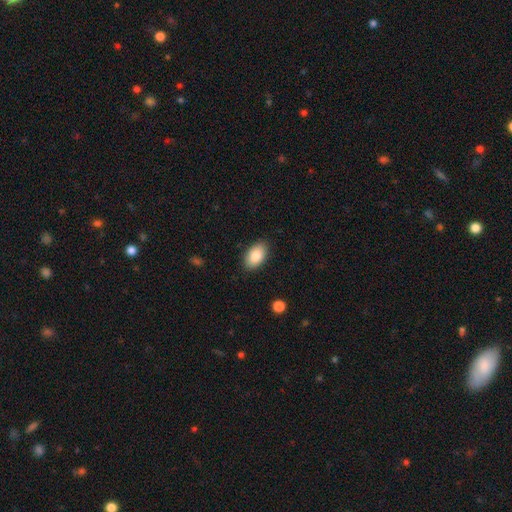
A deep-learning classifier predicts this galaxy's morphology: This appears to be a smooth galaxy with no disk features (85%) that is in between round and cigar-shaped (93%). Merging: none (87%).